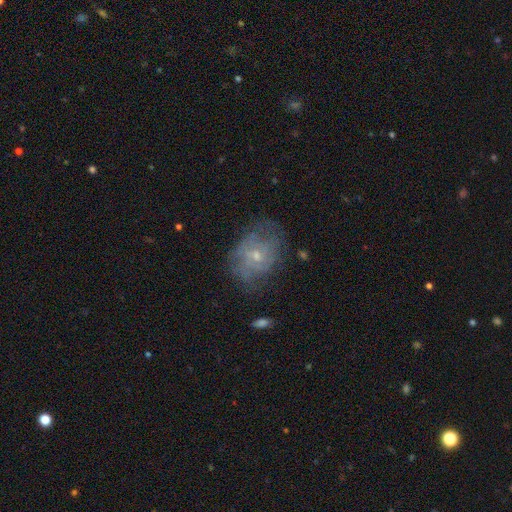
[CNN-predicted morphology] Smooth or featured: featured or disk — 59% (smooth — 31%)
Edge-on disk: no — 97% (yes — 3%)
Bar: no — 73% (weak — 25%)
Spiral arms: yes — 59% (no — 41%)
Bulge size: small — 64% (moderate — 31%)
Merging: none — 55% (minor disturbance — 25%)